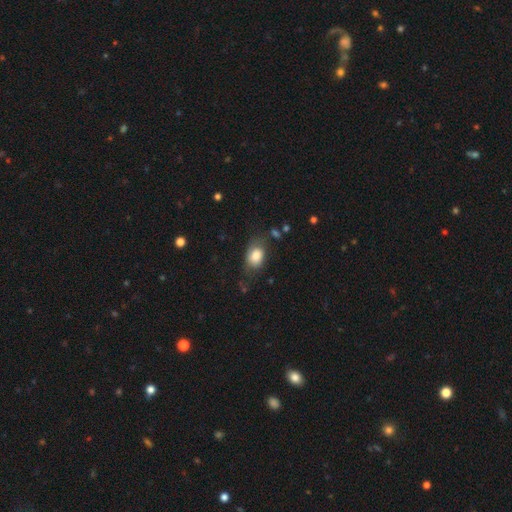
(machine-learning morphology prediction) This appears to be a smooth galaxy with no disk features (81%) that is in between round and cigar-shaped (79%). Merging: none (59%).